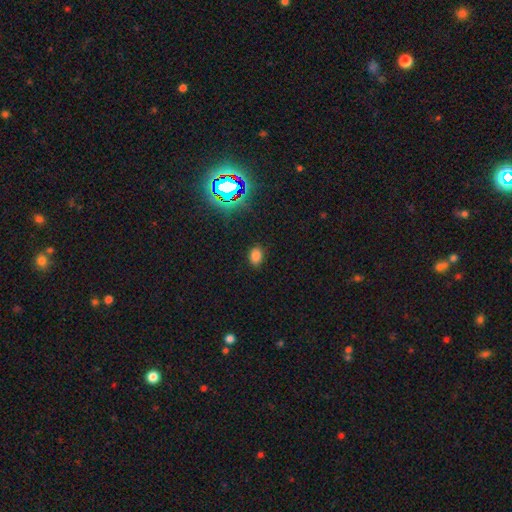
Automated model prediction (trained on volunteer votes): This appears to be a smooth galaxy with no disk features (75%) that is in between round and cigar-shaped (75%). Merging: none (87%).